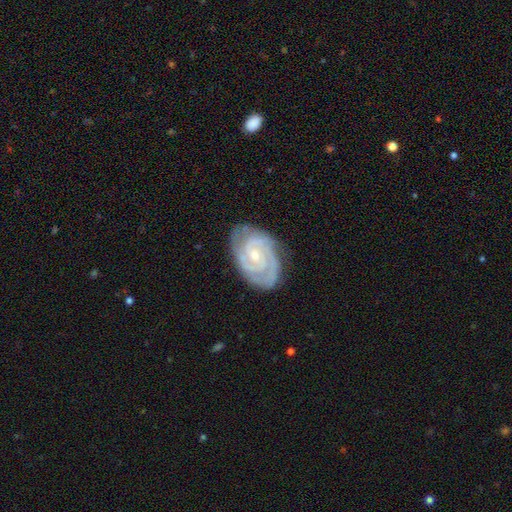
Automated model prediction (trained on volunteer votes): This appears to be a featured or disk galaxy (90%) with no bar (57%), 2 (49%) tight (70%) spiral arms (98%) and a small central bulge (67%). Merging: none (77%).